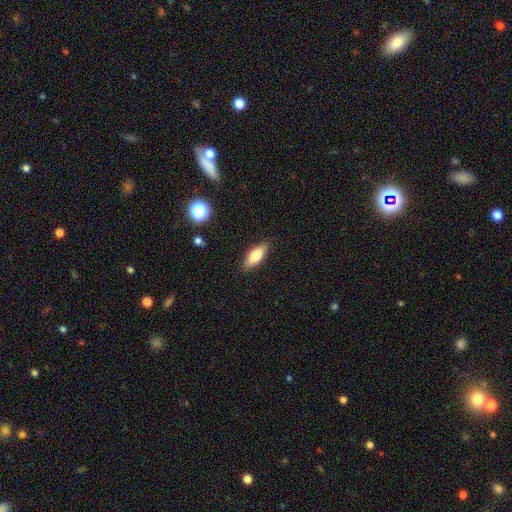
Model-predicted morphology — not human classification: A smooth galaxy with no disk features (72%) that is in between round and cigar-shaped (65%). Merging: none (87%).